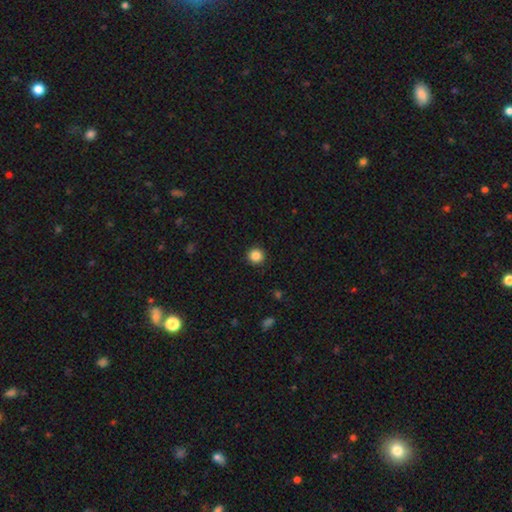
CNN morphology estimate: Q: Smooth or featured?
A: smooth (86%); runner-up: star or artifact (11%)
Q: How rounded?
A: round (95%); runner-up: in between (4%)
Q: Merging?
A: none (92%); runner-up: minor disturbance (5%)